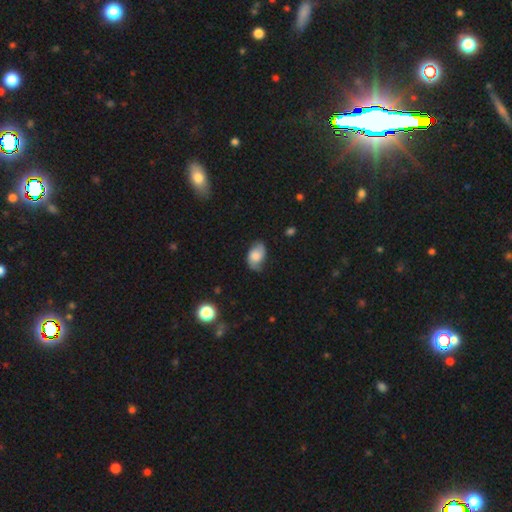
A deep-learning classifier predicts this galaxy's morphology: Smooth or featured? Predicted: smooth (p=0.52). How rounded? Predicted: in between (p=0.87). Merging? Predicted: none (p=0.65).